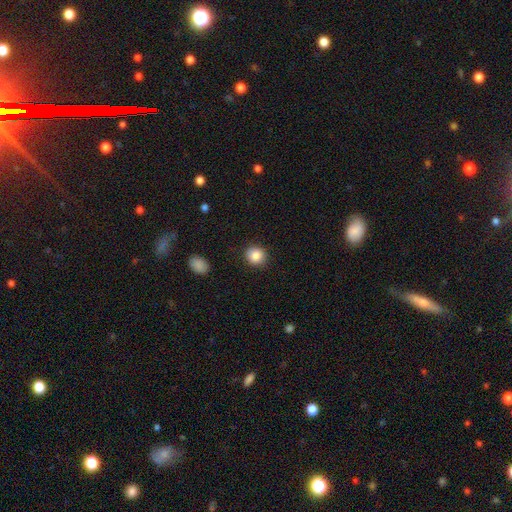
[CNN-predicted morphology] Smooth or featured?
  - smooth: 86% *
  - star or artifact: 9%
  - featured or disk: 5%
How rounded?
  - round: 84% *
  - in between: 15%
  - cigar-shaped: 1%
Merging?
  - none: 89% *
  - minor disturbance: 7%
  - major disturbance: 2%
  - merger: 1%